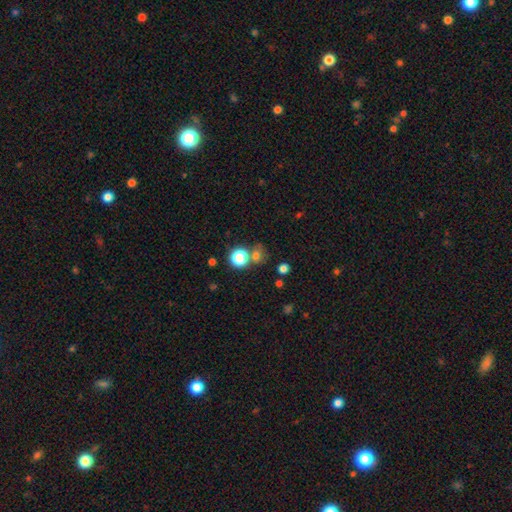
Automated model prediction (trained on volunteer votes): smooth_or_featured: smooth (p=0.65) [alt: star or artifact p=0.27]
how_rounded: round (p=0.80) [alt: in between p=0.19]
merging: none (p=0.62) [alt: merger p=0.22]